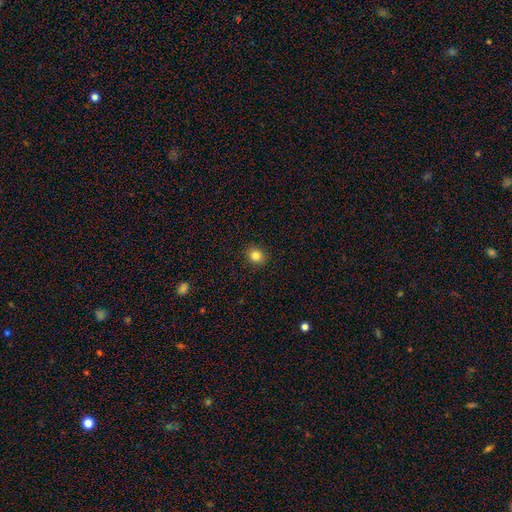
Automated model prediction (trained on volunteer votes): smooth-or-featured: smooth: 83% | star or artifact: 11% | featured or disk: 6%
  how-rounded: round: 75% | in between: 24% | cigar-shaped: 1%
  merging: none: 91% | minor disturbance: 6% | major disturbance: 2% | merger: 1%